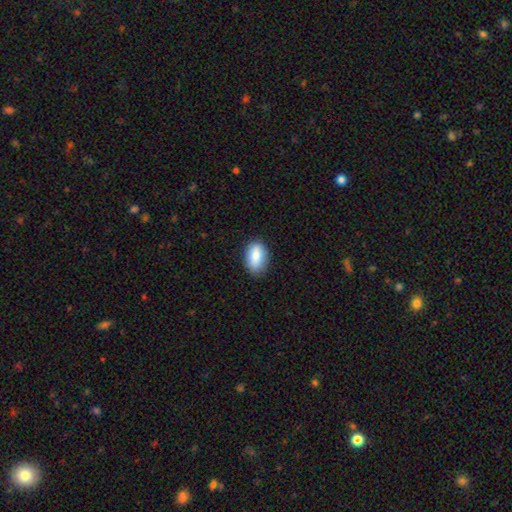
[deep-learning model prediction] This appears to be a smooth galaxy with no disk features (84%) that is in between round and cigar-shaped (90%). Merging: none (84%).